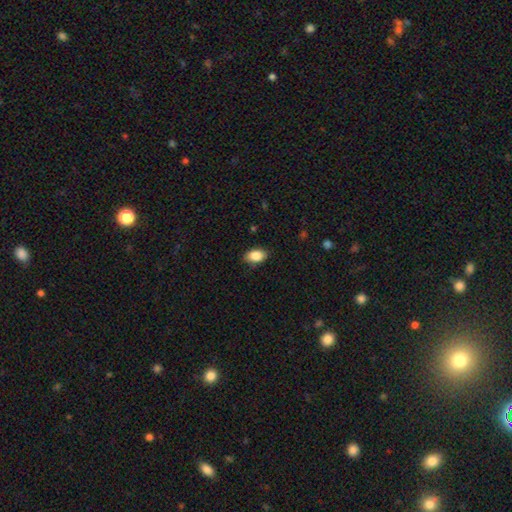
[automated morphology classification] A smooth galaxy with no disk features (87%) that is in between round and cigar-shaped (89%). Merging: none (84%).